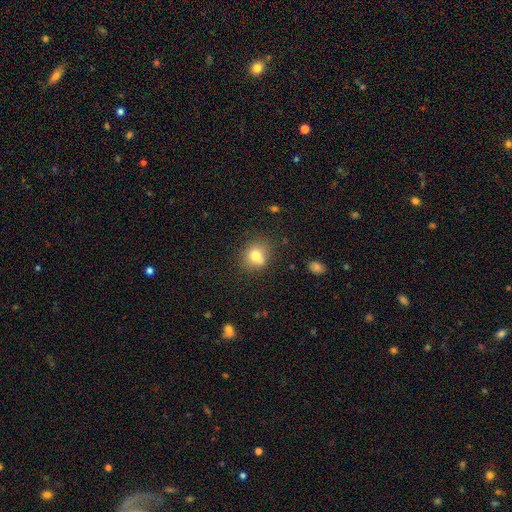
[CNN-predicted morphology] This is likely a smooth galaxy (73%). How rounded: likely round (78%). Merging: possibly none (57%).